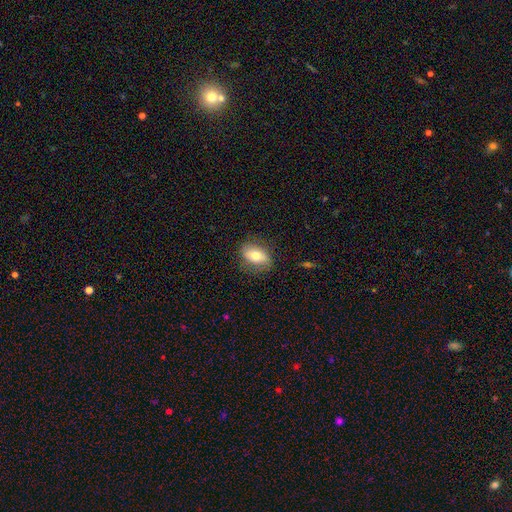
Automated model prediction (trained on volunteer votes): Q: Smooth or featured?
A: smooth (66%); runner-up: featured or disk (27%)
Q: How rounded?
A: in between (83%); runner-up: round (12%)
Q: Merging?
A: none (80%); runner-up: minor disturbance (15%)